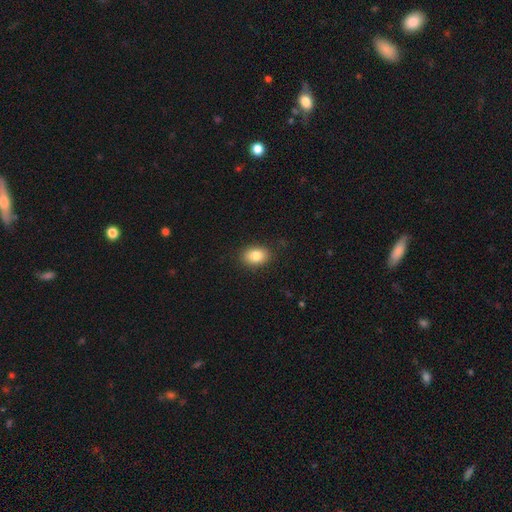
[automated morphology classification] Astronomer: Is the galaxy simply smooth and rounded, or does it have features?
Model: smooth — 84%.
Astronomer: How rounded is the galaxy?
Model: in between — 76%.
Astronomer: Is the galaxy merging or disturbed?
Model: none — 87%.